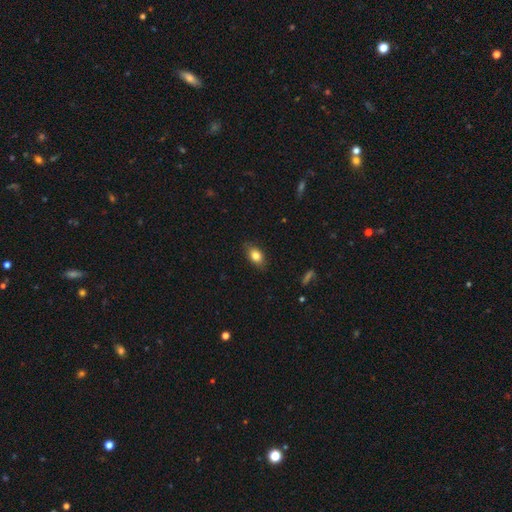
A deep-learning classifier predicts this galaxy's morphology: This appears to be a smooth galaxy with no disk features (82%) that is in between round and cigar-shaped (84%). Merging: none (81%).